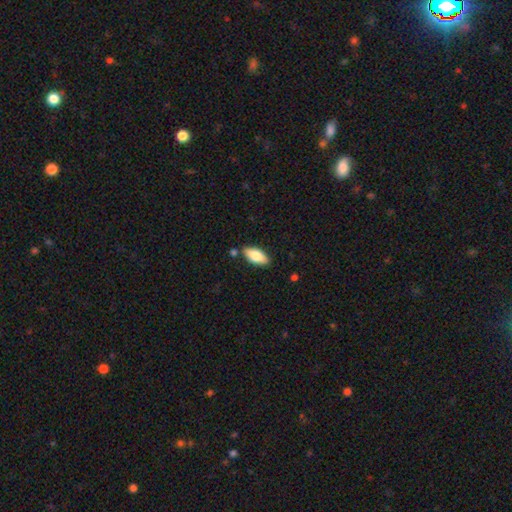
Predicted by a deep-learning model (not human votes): This appears to be a smooth galaxy with no disk features (77%) that is in between round and cigar-shaped (87%). Merging: none (83%).